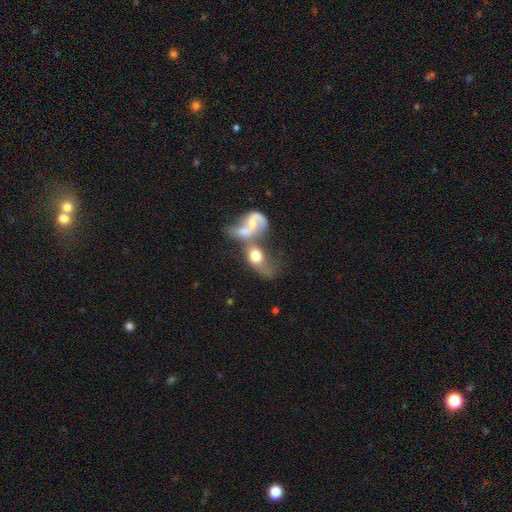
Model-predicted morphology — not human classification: Smooth or featured? Predicted: featured or disk (p=0.47). Merging? Predicted: merger (p=0.77).